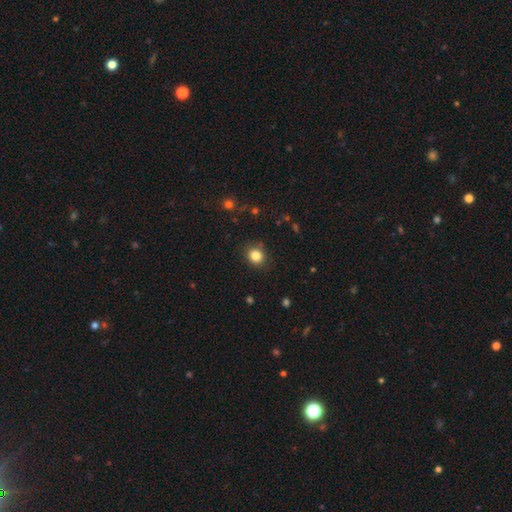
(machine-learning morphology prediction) A smooth galaxy with no disk features (84%) that is round (76%). Merging: none (84%).